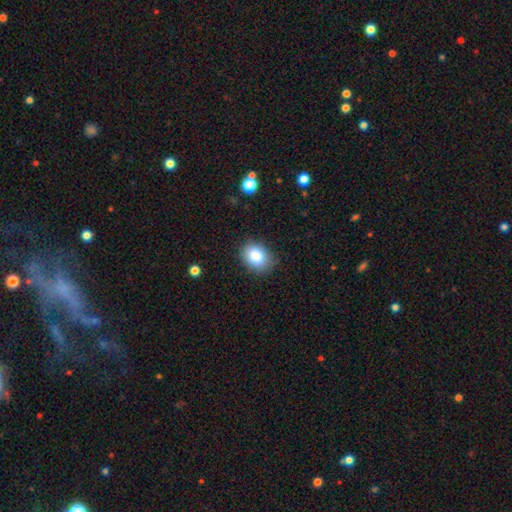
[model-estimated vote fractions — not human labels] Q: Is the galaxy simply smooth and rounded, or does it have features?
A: smooth — 84%.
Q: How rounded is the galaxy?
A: in between — 61%.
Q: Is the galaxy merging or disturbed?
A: none — 81%.